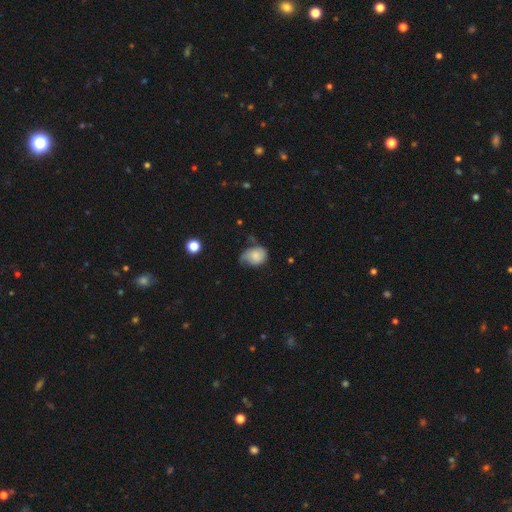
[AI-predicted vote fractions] Q: Smooth or featured?
A: smooth (72%); runner-up: featured or disk (19%)
Q: How rounded?
A: in between (60%); runner-up: round (39%)
Q: Merging?
A: minor disturbance (44%); runner-up: none (32%)